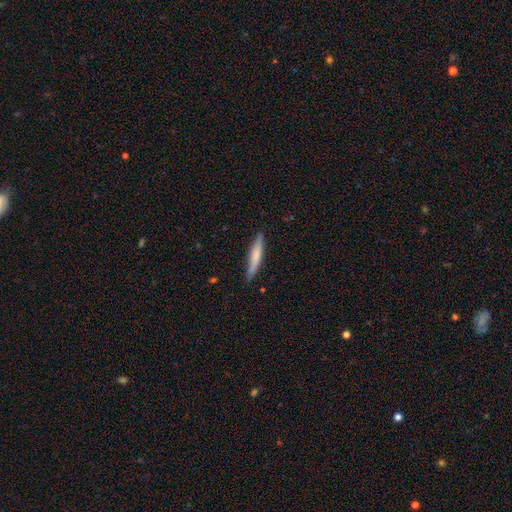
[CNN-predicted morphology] Overall: smooth (65%; featured or disk 29%). How rounded: cigar-shaped (91%). Merging: none (82%).